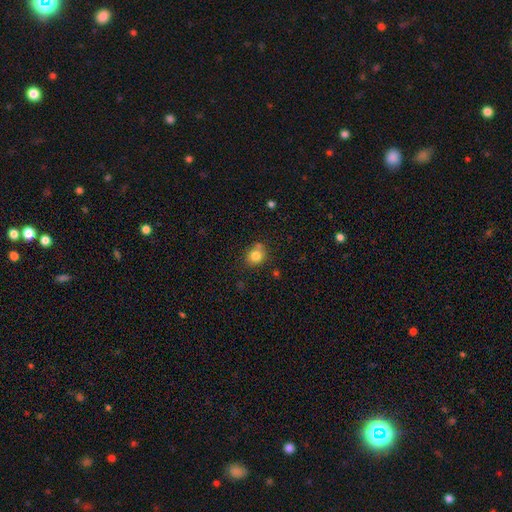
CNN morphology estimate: The model was most divided on "merging": none: 67%, minor disturbance: 17%, merger: 12%, major disturbance: 4%. More confident: smooth or featured — smooth (81%); how rounded — round (75%).